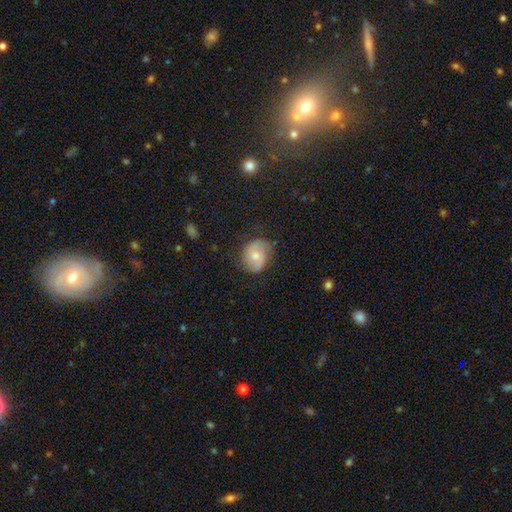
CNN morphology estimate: Smooth or featured: smooth — 54% (featured or disk — 38%)
How rounded: round — 54% (in between — 45%)
Merging: none — 66% (minor disturbance — 24%)